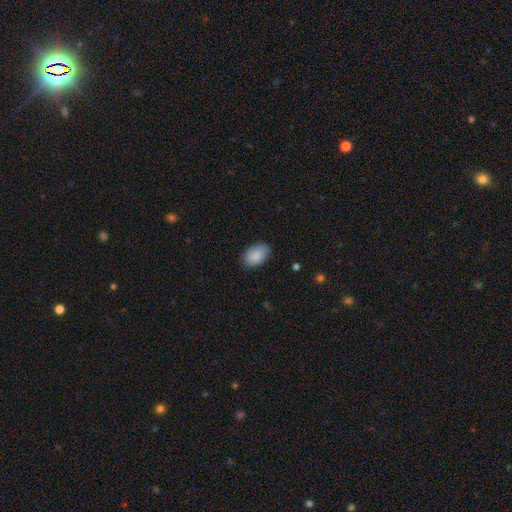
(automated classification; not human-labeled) Smooth or featured?
  - smooth: 89% *
  - star or artifact: 7%
  - featured or disk: 4%
How rounded?
  - in between: 92% *
  - round: 7%
  - cigar-shaped: 1%
Merging?
  - none: 81% *
  - minor disturbance: 15%
  - major disturbance: 3%
  - merger: 1%